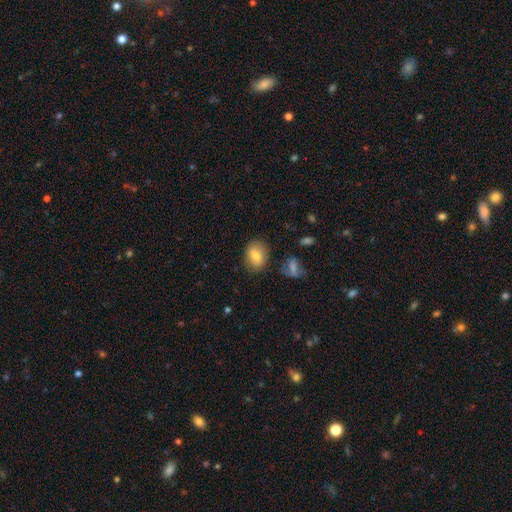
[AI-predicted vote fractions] Overall: smooth (76%). How rounded: in between (66%; round 33%). Merging: none (78%).